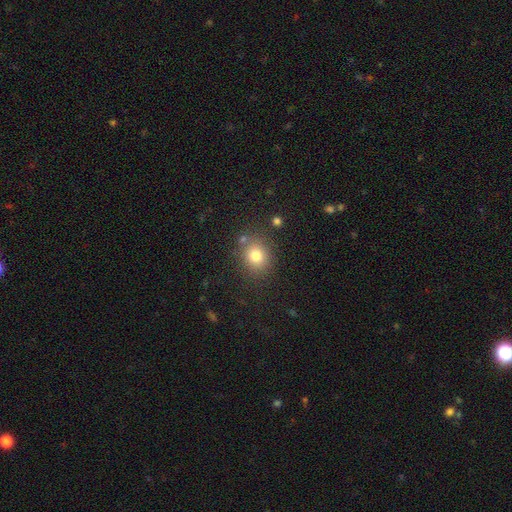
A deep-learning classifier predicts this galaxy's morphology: A smooth galaxy with no disk features (78%) that is round (71%). Merging: none (79%).